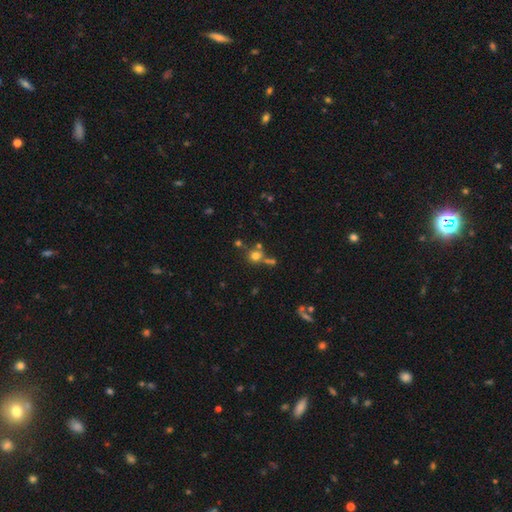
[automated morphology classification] This is likely a smooth galaxy (69%). How rounded: clearly round (89%). Merging: possibly none (59%).